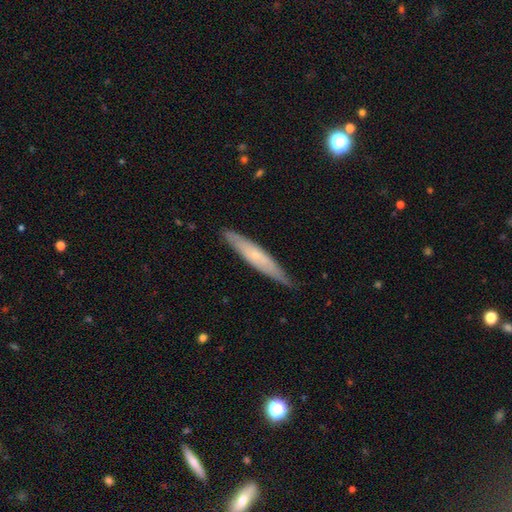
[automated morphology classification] Overall: featured or disk (49%; smooth 45%). Merging: none (81%).